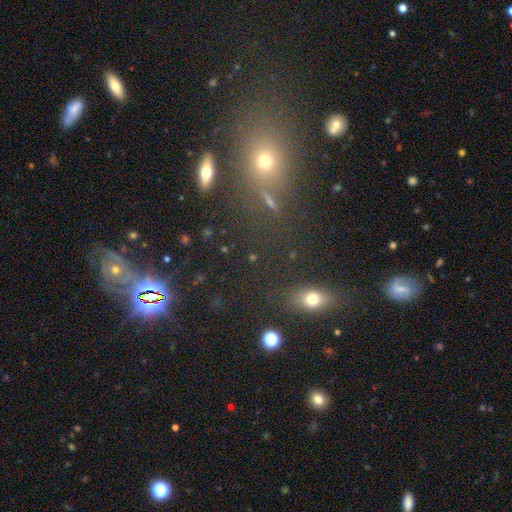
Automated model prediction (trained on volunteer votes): Smooth or featured?
  - smooth: 46% *
  - star or artifact: 40%
  - featured or disk: 14%
Merging?
  - none: 70% *
  - minor disturbance: 12%
  - merger: 11%
  - major disturbance: 6%